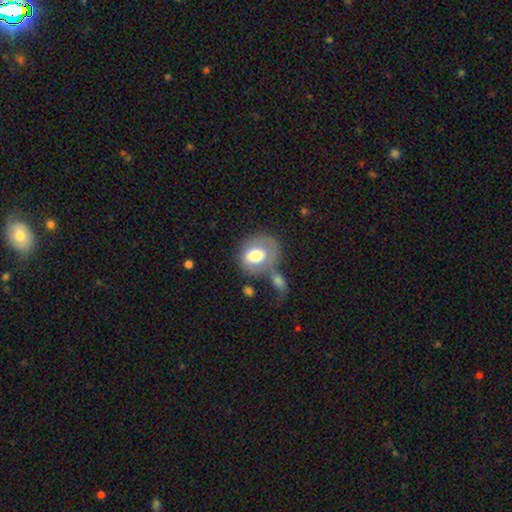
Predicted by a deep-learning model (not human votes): Smooth or featured? Predicted: smooth (p=0.63). How rounded? Predicted: round (p=0.55). Merging? Predicted: none (p=0.37).